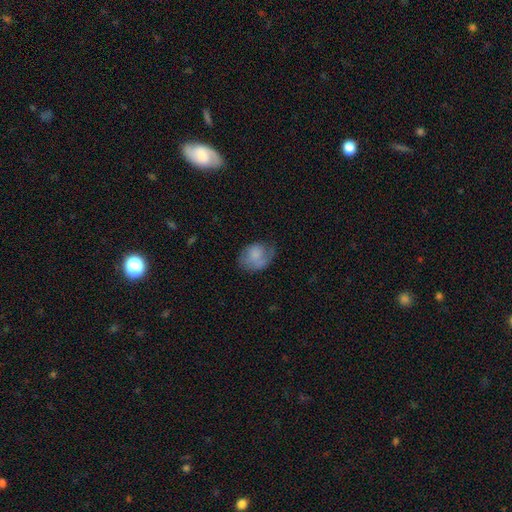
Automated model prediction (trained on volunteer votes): Smooth or featured: smooth — 65% (featured or disk — 27%)
How rounded: in between — 55% (round — 44%)
Merging: none — 49% (minor disturbance — 31%)